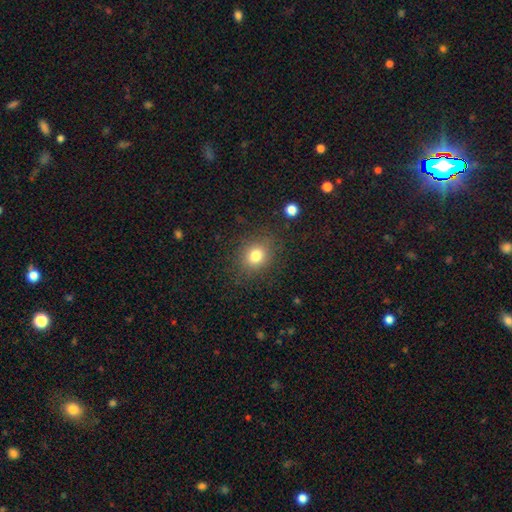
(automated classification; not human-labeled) smooth 79%, star or artifact 13%, featured or disk 8%. Down the decision tree: how rounded — round (63%); merging — none (83%).